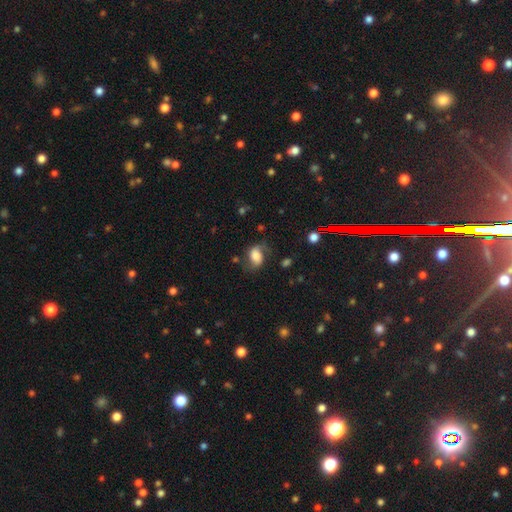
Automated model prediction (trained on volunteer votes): Smooth or featured? featured or disk (45%, tied with smooth)
Merging? none (57%)